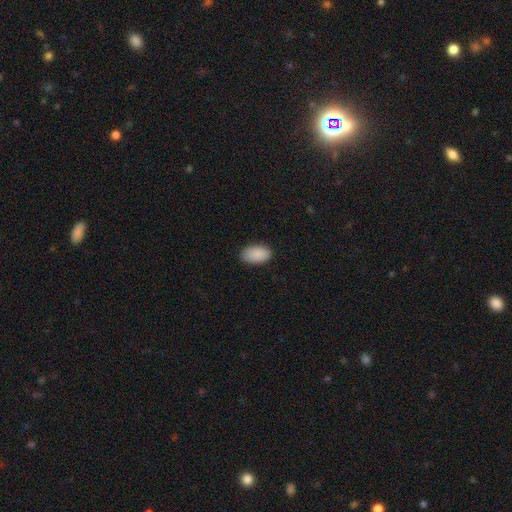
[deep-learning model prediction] This is clearly a smooth galaxy (90%). How rounded: clearly in between (94%). Merging: clearly none (85%).